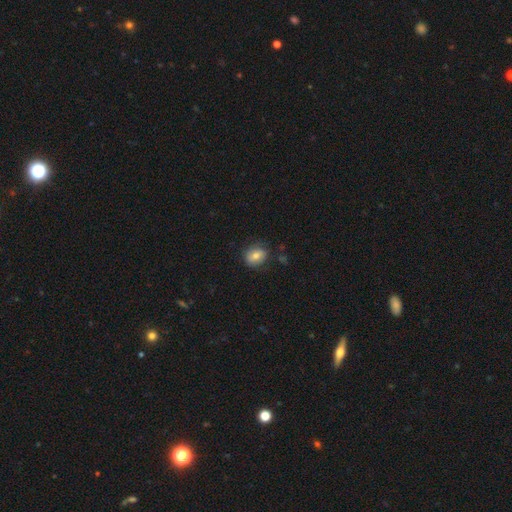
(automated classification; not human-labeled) smooth_or_featured: smooth (p=0.74) [alt: featured or disk p=0.17]
how_rounded: round (p=0.62) [alt: in between p=0.37]
merging: none (p=0.74) [alt: minor disturbance p=0.19]